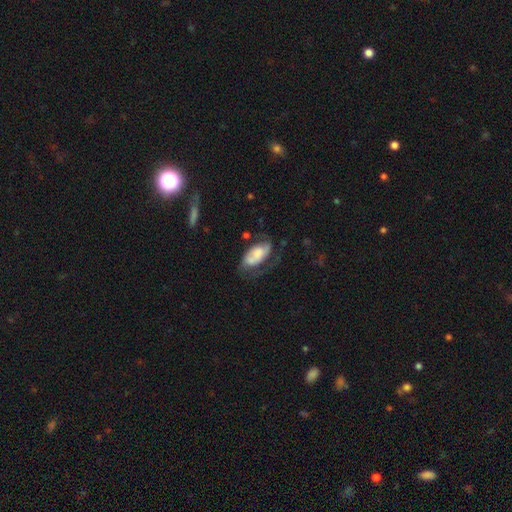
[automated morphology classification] Smooth or featured?
  - featured or disk: 49% *
  - smooth: 44%
  - star or artifact: 7%
Merging?
  - major disturbance: 34% * (tied)
  - none: 34% * (tied)
  - minor disturbance: 26%
  - merger: 5%